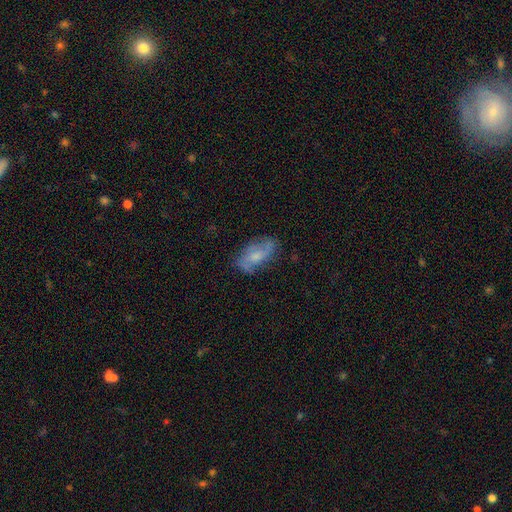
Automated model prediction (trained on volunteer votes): smooth-or-featured: featured or disk: 63% | smooth: 29% | star or artifact: 8%
  disk-edge-on: no: 94% | yes: 6%
    bar: no: 60% | weak: 34% | strong: 6%
    has-spiral-arms: yes: 87% | no: 13%
      spiral-winding: loose: 43% | medium: 40% | tight: 17%
      spiral-arm-count: 2: 73% | can't tell: 14% | 3: 6% | 1: 4% | 4: 2% | more than 4: 2%
    bulge-size: moderate: 41% | small: 36% | none: 15% | large: 6% | dominant: 1%
  merging: none: 69% | minor disturbance: 21% | major disturbance: 9% | merger: 2%